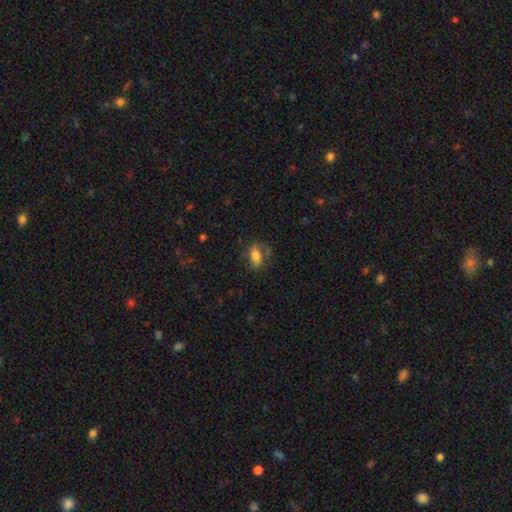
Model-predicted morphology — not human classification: Smooth or featured: smooth — 65% (featured or disk — 27%)
How rounded: in between — 82% (cigar-shaped — 10%)
Merging: none — 60% (minor disturbance — 22%)